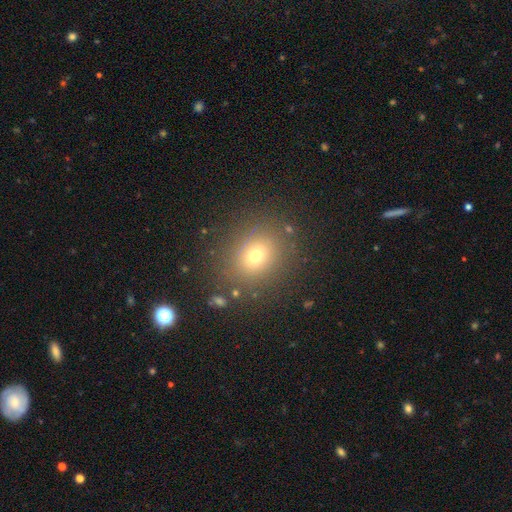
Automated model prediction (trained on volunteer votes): smooth 68%, star or artifact 20%, featured or disk 12%. Down the decision tree: how rounded — round (71%); merging — none (85%).